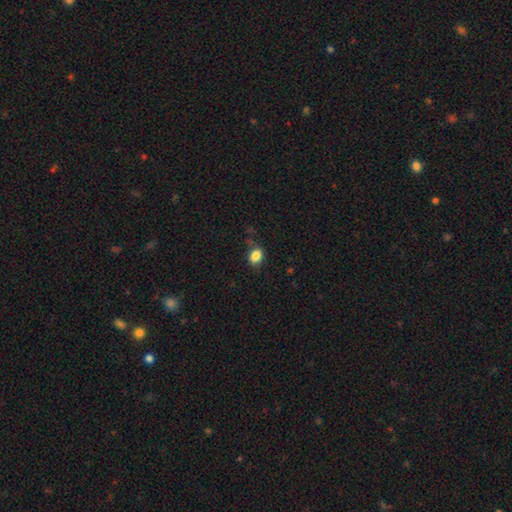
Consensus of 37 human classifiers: smooth 86%, featured or disk 8%, star or artifact 5%. Down the decision tree: how rounded — in between (53%); merging — none (83%).